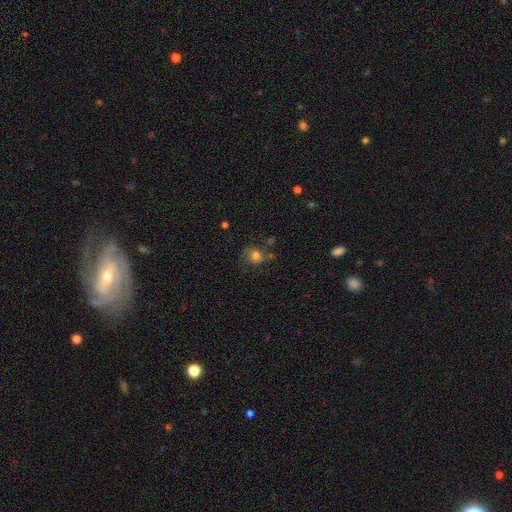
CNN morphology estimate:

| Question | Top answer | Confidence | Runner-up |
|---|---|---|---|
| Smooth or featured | smooth | 76% | star or artifact (13%) |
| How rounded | round | 80% | in between (19%) |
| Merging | none | 62% | minor disturbance (22%) |